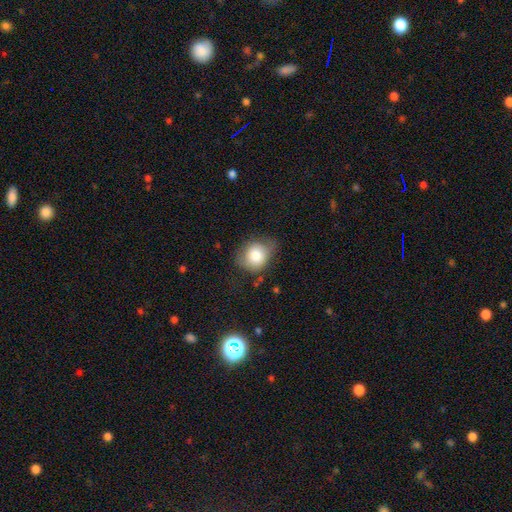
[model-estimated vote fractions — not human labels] Smooth or featured? Predicted: smooth (p=0.79). How rounded? Predicted: round (p=0.59). Merging? Predicted: none (p=0.53).